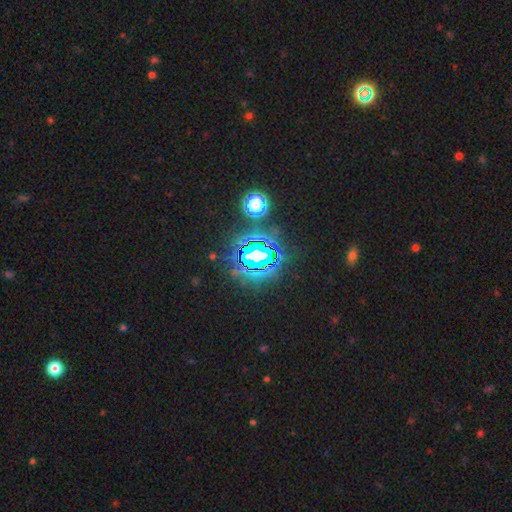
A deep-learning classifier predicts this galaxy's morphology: This is likely a star or artifact rather than a galaxy (78%).